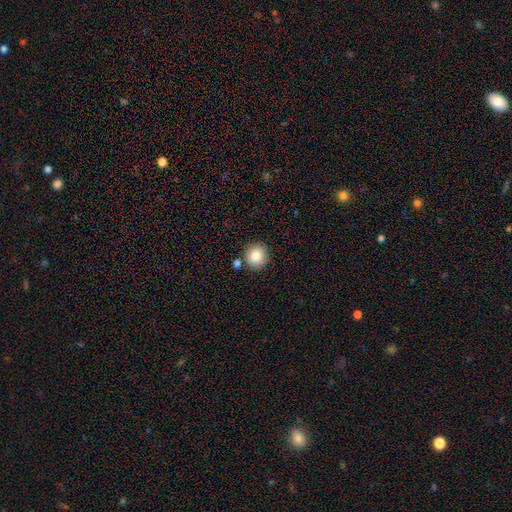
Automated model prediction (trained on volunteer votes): This appears to be a smooth galaxy with no disk features (85%) that is round (91%). Merging: none (83%).